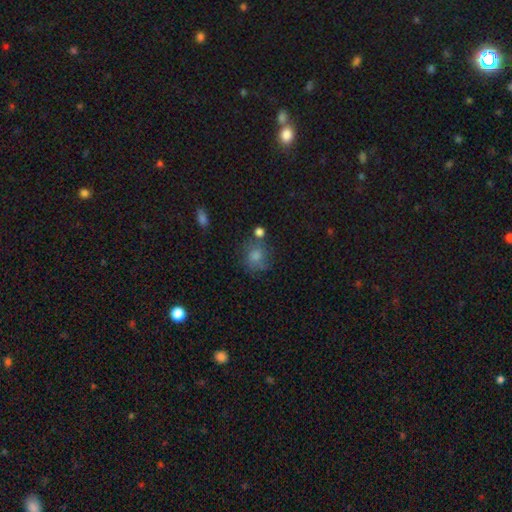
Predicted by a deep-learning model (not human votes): smooth_or_featured: smooth (p=0.76) [alt: featured or disk p=0.13]
how_rounded: round (p=0.75) [alt: in between p=0.24]
merging: none (p=0.57) [alt: minor disturbance p=0.21]